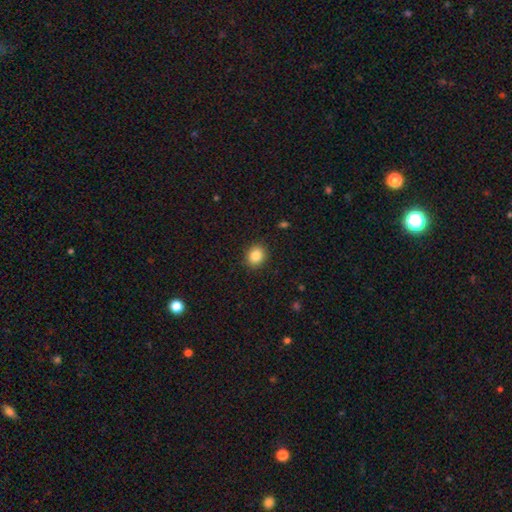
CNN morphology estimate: Smooth or featured?
  - smooth: 86% *
  - star or artifact: 9%
  - featured or disk: 5%
How rounded?
  - round: 66% *
  - in between: 34%
  - cigar-shaped: 1%
Merging?
  - none: 90% *
  - minor disturbance: 7%
  - major disturbance: 2%
  - merger: 1%